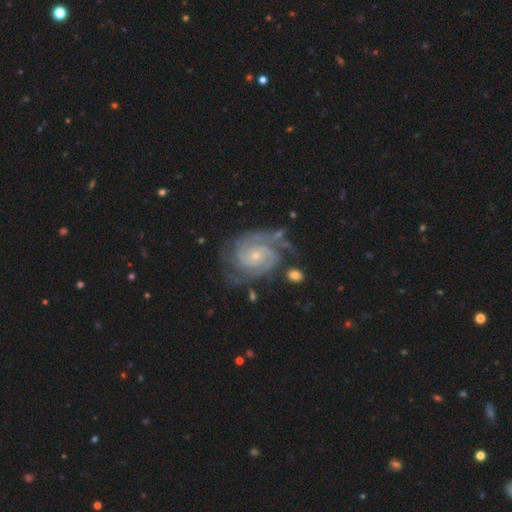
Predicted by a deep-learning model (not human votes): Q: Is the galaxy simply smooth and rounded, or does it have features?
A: featured or disk — 91%.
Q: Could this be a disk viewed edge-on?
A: no — 98%.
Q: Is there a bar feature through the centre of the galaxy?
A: no — 70%.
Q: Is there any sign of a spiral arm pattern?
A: yes — 98%.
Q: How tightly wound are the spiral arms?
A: tight — 68%.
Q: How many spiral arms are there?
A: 2 — 54%.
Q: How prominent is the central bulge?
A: small — 79%.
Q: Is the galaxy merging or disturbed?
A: none — 64%.